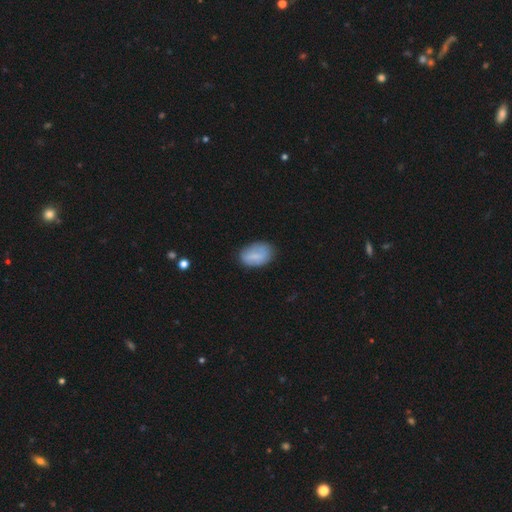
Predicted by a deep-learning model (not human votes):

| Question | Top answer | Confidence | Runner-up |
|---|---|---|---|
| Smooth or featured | smooth | 74% | featured or disk (19%) |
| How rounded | in between | 90% | round (8%) |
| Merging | none | 74% | minor disturbance (20%) |